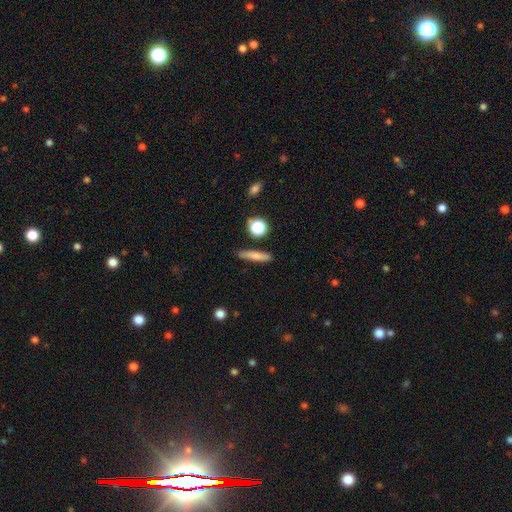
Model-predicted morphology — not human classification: This is likely a smooth galaxy (72%). How rounded: clearly cigar-shaped (82%). Merging: clearly none (84%).